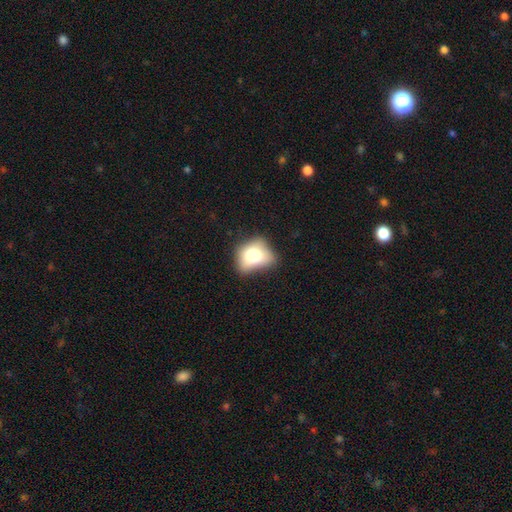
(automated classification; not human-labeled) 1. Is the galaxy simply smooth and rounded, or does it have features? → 70% smooth, 20% featured or disk, 10% star or artifact.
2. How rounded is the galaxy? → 64% in between, 34% round, 1% cigar-shaped.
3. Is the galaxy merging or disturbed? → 34% none, 27% minor disturbance, 22% merger, 16% major disturbance.